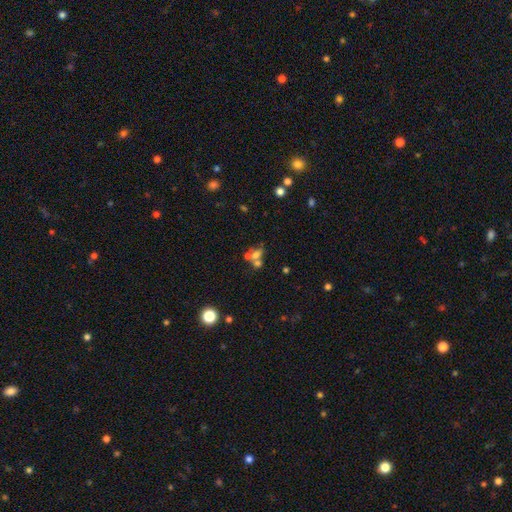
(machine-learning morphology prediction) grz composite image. It shows a smooth galaxy with no disk features (54%) that is round (51%). Merging: merger (52%).